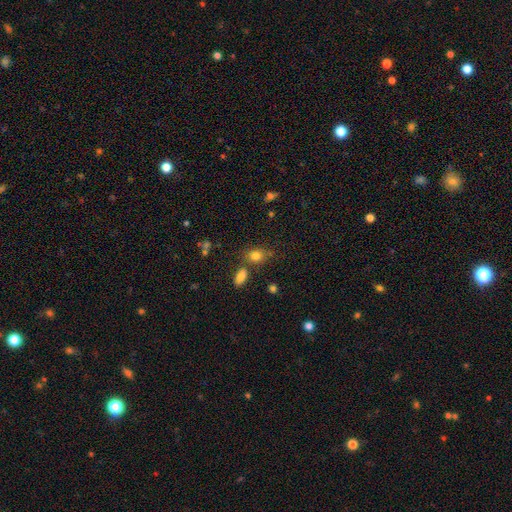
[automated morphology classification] This appears to be a smooth galaxy with no disk features (81%) that is in between round and cigar-shaped (61%). Merging: none (64%).